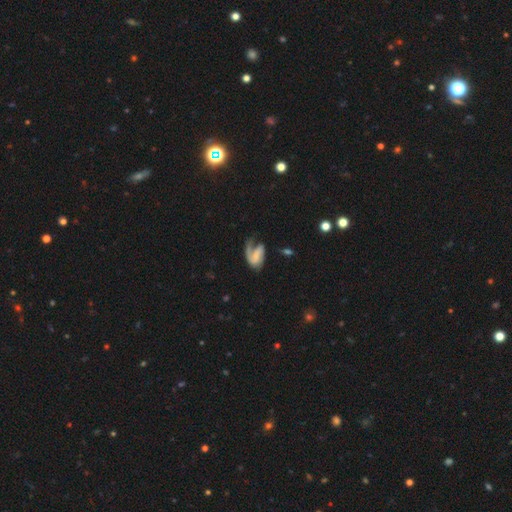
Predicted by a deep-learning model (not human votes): Morphology: type=featured or disk (66%); edge-on=no (97%); bar=no (39%); spiral arms=yes (86%); winding=loose (40%); arm count=1 (62%); bulge=small (40%); merging=major disturbance (43%).